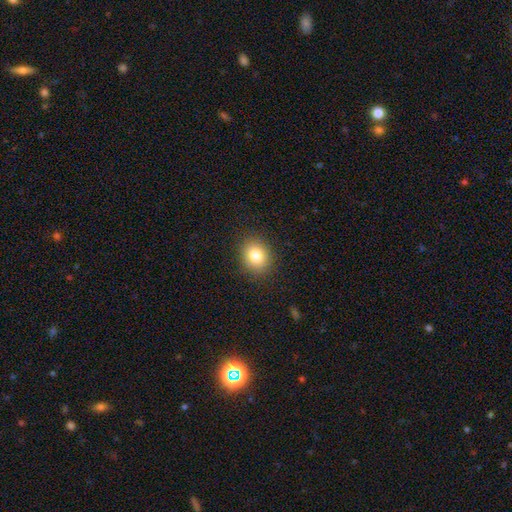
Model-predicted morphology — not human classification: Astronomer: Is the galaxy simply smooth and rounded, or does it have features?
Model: smooth — 82%.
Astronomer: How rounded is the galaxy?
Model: round — 61% (runner-up: in between, 38%).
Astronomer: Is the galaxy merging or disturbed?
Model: none — 89%.